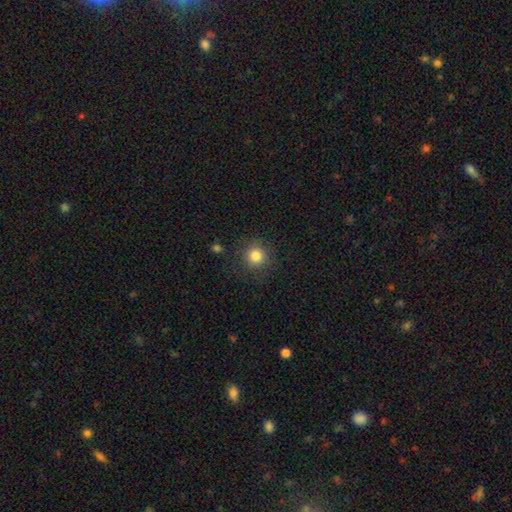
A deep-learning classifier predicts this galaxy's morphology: This is clearly a smooth galaxy (82%). How rounded: clearly round (93%). Merging: clearly none (86%).